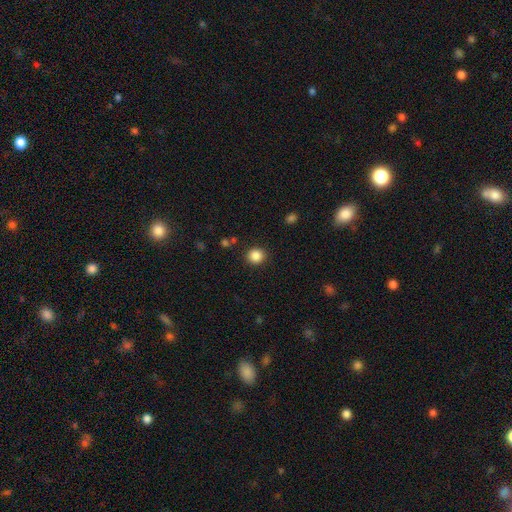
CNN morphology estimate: smooth-or-featured: smooth: 86% | star or artifact: 10% | featured or disk: 4%
  how-rounded: round: 88% | in between: 11% | cigar-shaped: 1%
  merging: none: 89% | minor disturbance: 6% | major disturbance: 2% | merger: 2%